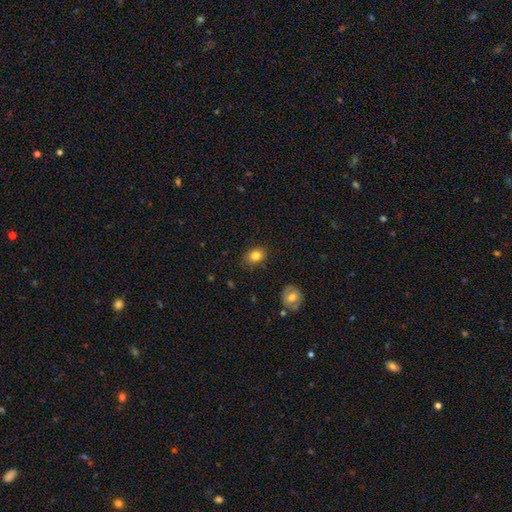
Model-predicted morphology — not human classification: Smooth or featured? smooth (82%)
How rounded? in between (64%)
Merging? none (78%)